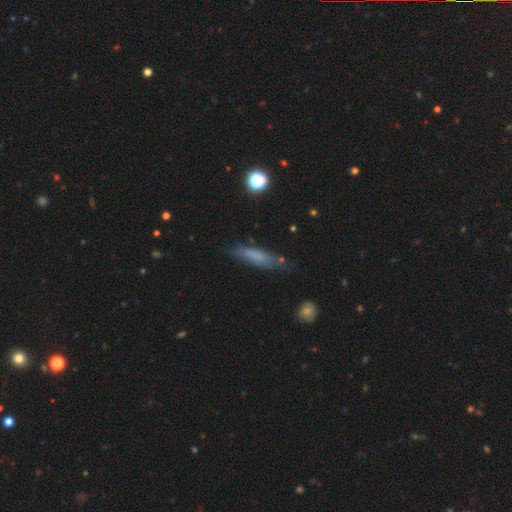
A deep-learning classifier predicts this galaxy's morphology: Smooth or featured: smooth — 64% (featured or disk — 25%)
How rounded: cigar-shaped — 72% (in between — 26%)
Merging: none — 67% (minor disturbance — 22%)